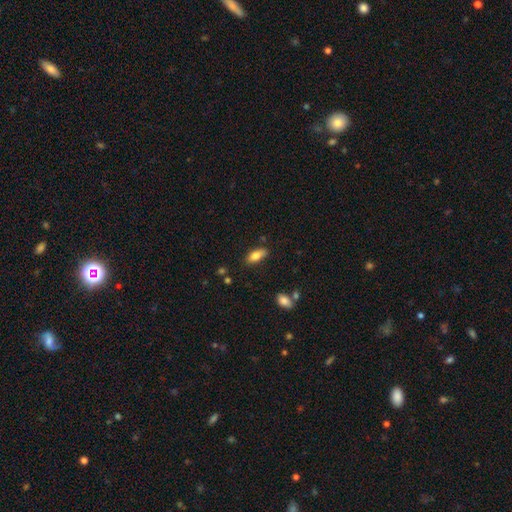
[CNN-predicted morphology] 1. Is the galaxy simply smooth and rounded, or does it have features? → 80% smooth, 13% featured or disk, 7% star or artifact.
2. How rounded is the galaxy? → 82% in between, 16% cigar-shaped, 3% round.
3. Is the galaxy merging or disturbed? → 77% none, 17% minor disturbance, 4% major disturbance, 3% merger.